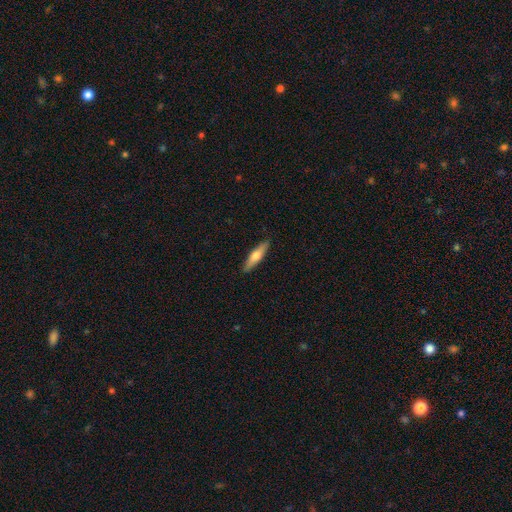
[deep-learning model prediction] Morphology: type=smooth (54%); roundness=cigar-shaped (77%); merging=none (90%).